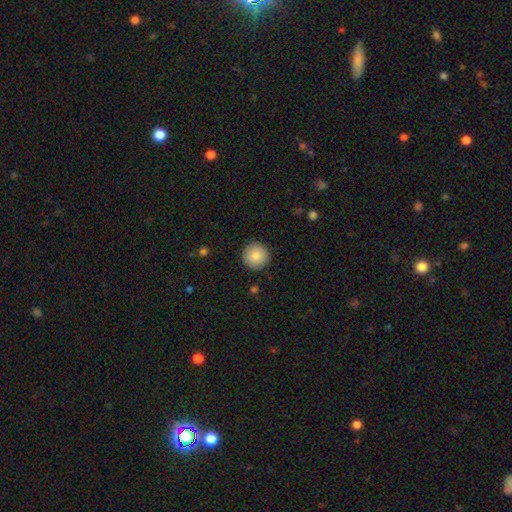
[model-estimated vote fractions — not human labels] Overall: smooth (86%). How rounded: round (96%). Merging: none (92%).